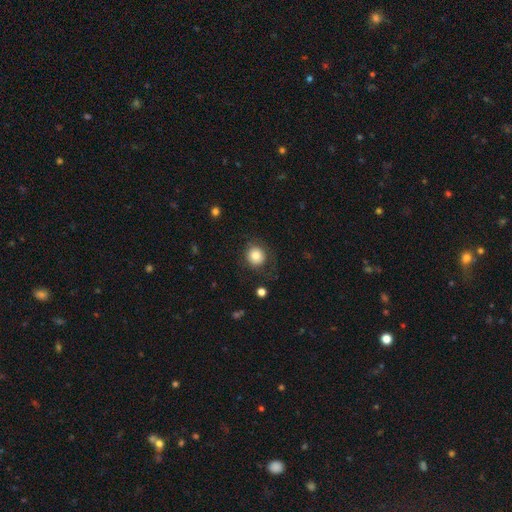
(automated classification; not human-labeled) This appears to be a smooth galaxy with no disk features (82%) that is round (89%). Merging: none (77%).